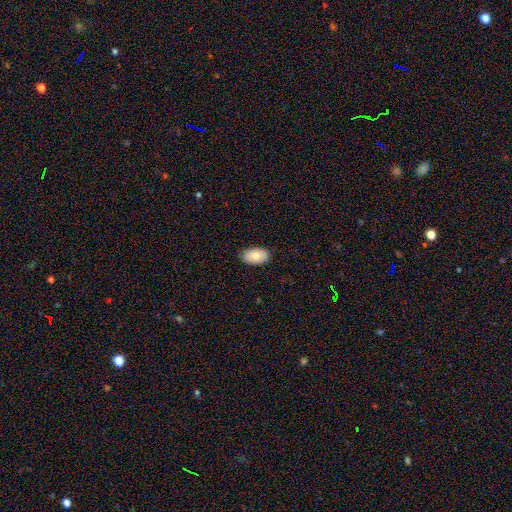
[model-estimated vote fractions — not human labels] A smooth galaxy with no disk features (81%) that is in between round and cigar-shaped (93%). Merging: none (87%).